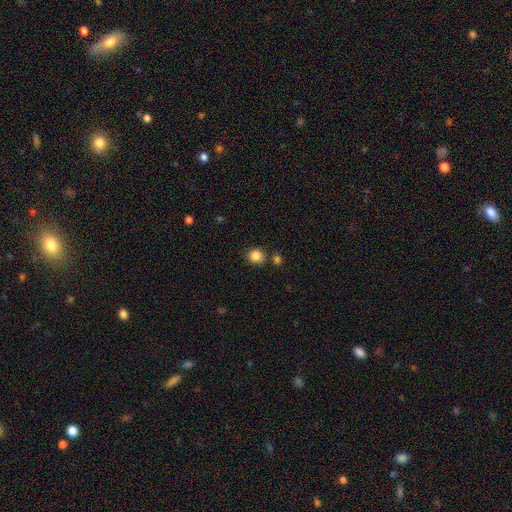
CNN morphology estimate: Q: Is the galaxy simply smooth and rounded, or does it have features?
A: smooth — 86%.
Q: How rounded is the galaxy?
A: round — 85%.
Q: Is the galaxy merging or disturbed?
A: none — 75%.